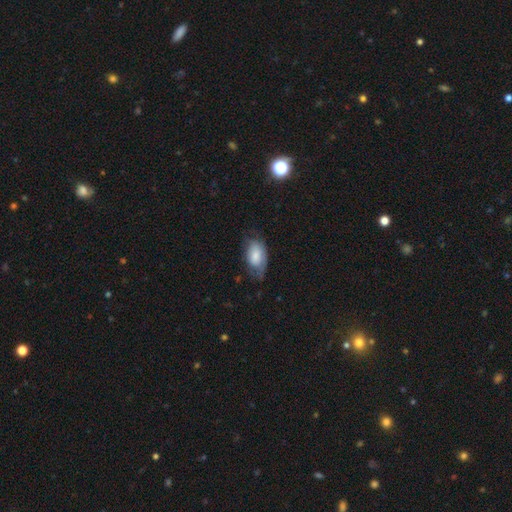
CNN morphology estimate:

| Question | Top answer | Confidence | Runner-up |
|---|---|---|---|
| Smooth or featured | smooth | 72% | featured or disk (21%) |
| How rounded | in between | 93% | round (6%) |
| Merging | none | 48% | minor disturbance (35%) |